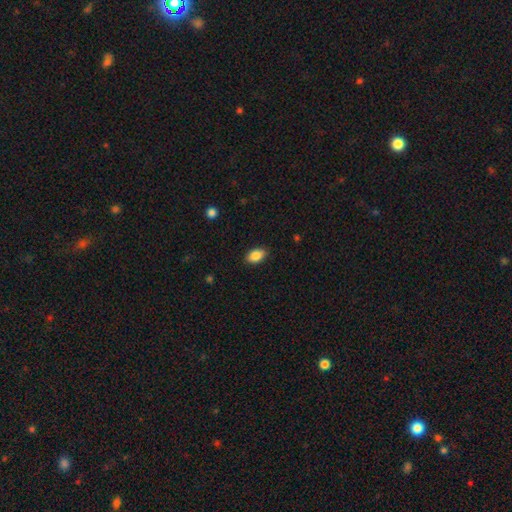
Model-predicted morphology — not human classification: smooth_or_featured: smooth (p=0.88) [alt: star or artifact p=0.07]
how_rounded: in between (p=0.90) [alt: round p=0.08]
merging: none (p=0.87) [alt: minor disturbance p=0.10]